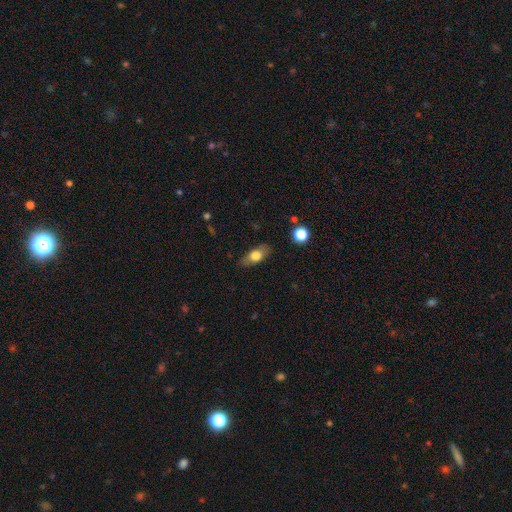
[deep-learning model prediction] Smooth or featured? Predicted: smooth (p=0.69). How rounded? Predicted: in between (p=0.78). Merging? Predicted: none (p=0.81).